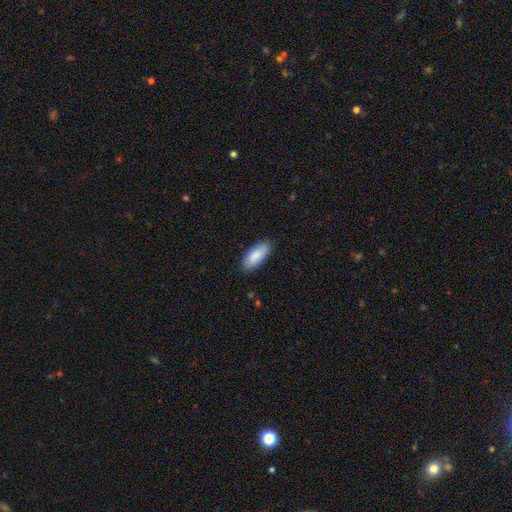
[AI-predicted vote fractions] smooth-or-featured: smooth: 86% | featured or disk: 8% | star or artifact: 5%
  how-rounded: in between: 84% | cigar-shaped: 15% | round: 2%
  merging: none: 86% | minor disturbance: 11% | major disturbance: 2% | merger: 1%